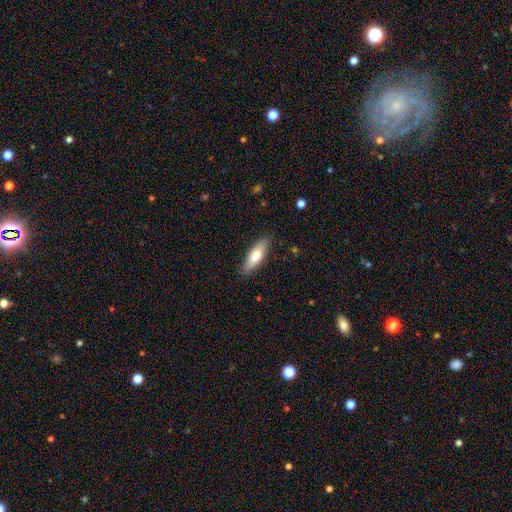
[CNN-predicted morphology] smooth-or-featured: smooth: 75% | featured or disk: 19% | star or artifact: 6%
  how-rounded: in between: 59% | cigar-shaped: 40% | round: 2%
  merging: none: 86% | minor disturbance: 10% | major disturbance: 2% | merger: 1%